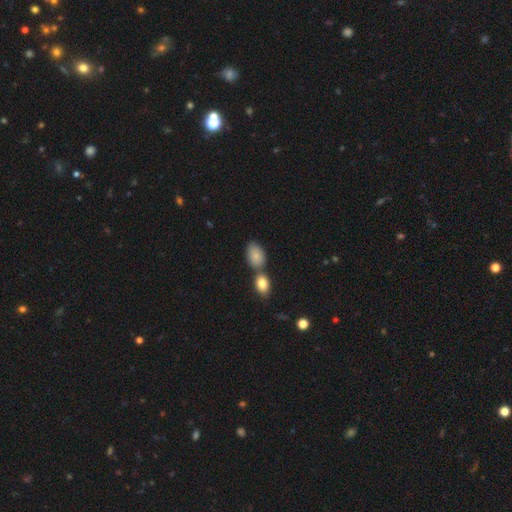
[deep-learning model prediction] smooth-or-featured: smooth: 84% | featured or disk: 9% | star or artifact: 8%
  how-rounded: in between: 89% | round: 10% | cigar-shaped: 2%
  merging: none: 50% | merger: 34% | minor disturbance: 13% | major disturbance: 3%